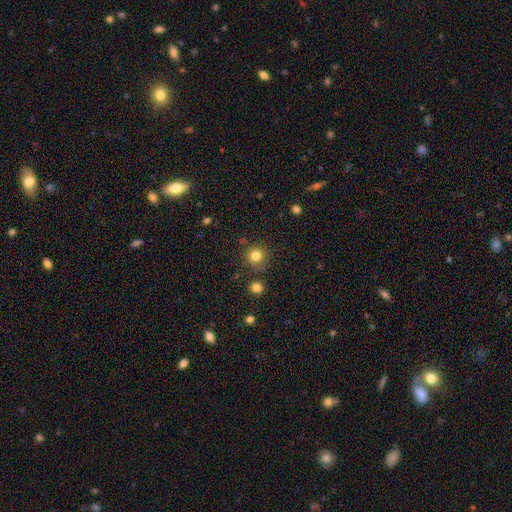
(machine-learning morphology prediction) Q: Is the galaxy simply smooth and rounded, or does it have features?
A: smooth — 81%.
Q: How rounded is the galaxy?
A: round — 93%.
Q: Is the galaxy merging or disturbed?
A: none — 82%.